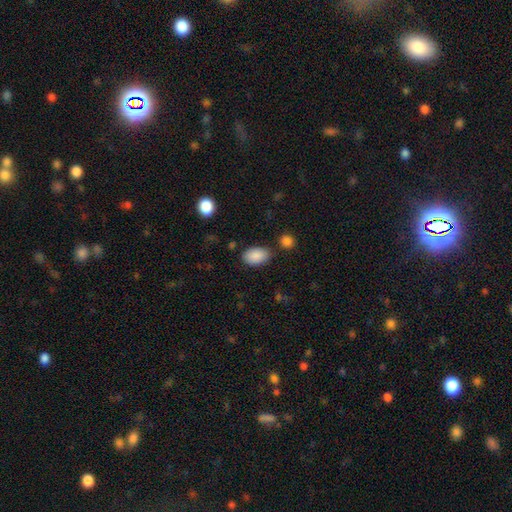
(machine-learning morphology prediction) Smooth or featured? Predicted: smooth (p=0.89). How rounded? Predicted: in between (p=0.91). Merging? Predicted: none (p=0.78).